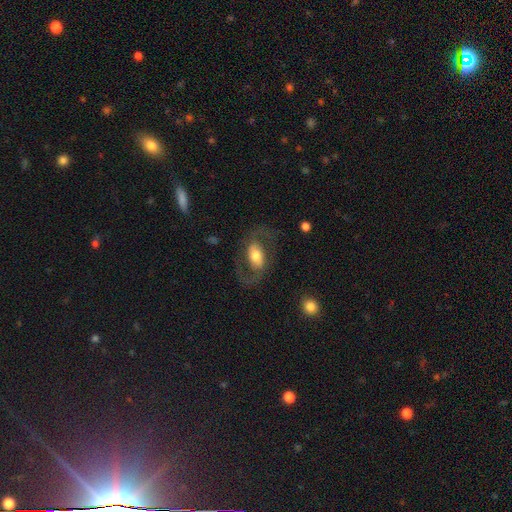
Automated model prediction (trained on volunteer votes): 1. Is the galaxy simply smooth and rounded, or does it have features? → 64% featured or disk, 30% smooth, 6% star or artifact.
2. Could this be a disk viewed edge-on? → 95% no, 5% yes.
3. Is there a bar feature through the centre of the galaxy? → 39% no, 35% weak, 26% strong.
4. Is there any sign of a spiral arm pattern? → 78% yes, 22% no.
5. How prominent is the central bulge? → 59% moderate, 24% large, 13% small, 3% dominant, 2% none.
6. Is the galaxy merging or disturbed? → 69% none, 16% major disturbance, 14% minor disturbance, 2% merger.